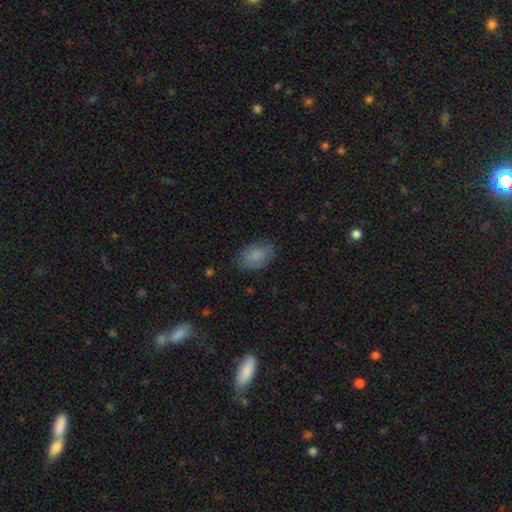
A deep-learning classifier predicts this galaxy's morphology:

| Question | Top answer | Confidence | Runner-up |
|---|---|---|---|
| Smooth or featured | smooth | 85% | featured or disk (8%) |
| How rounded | in between | 84% | round (15%) |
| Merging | none | 81% | minor disturbance (15%) |